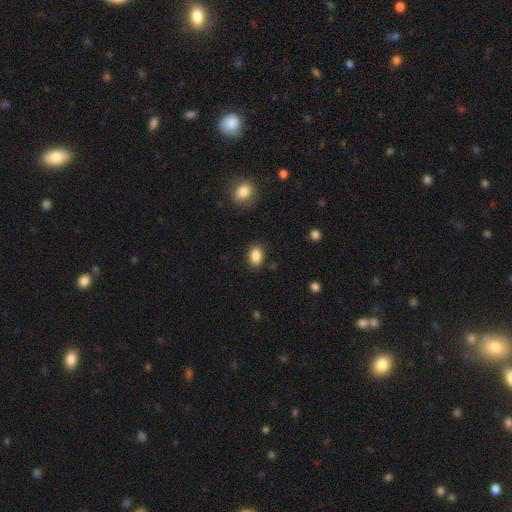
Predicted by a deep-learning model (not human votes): Morphology: type=smooth (87%); roundness=in between (81%); merging=none (86%).